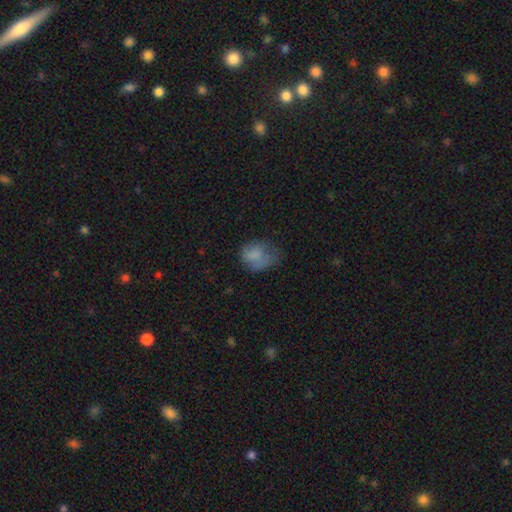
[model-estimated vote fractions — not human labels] smooth_or_featured: smooth (p=0.74) [alt: featured or disk p=0.14]
how_rounded: in between (p=0.56) [alt: round p=0.43]
merging: none (p=0.36) [alt: minor disturbance p=0.33]